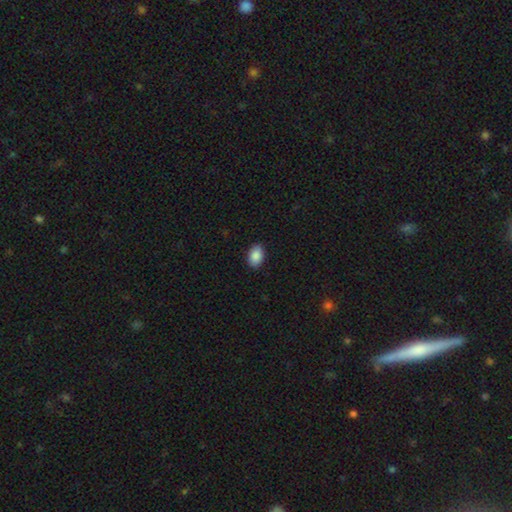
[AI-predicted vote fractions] Smooth or featured: smooth — 89% (star or artifact — 7%)
How rounded: in between — 87% (round — 12%)
Merging: none — 89% (minor disturbance — 8%)